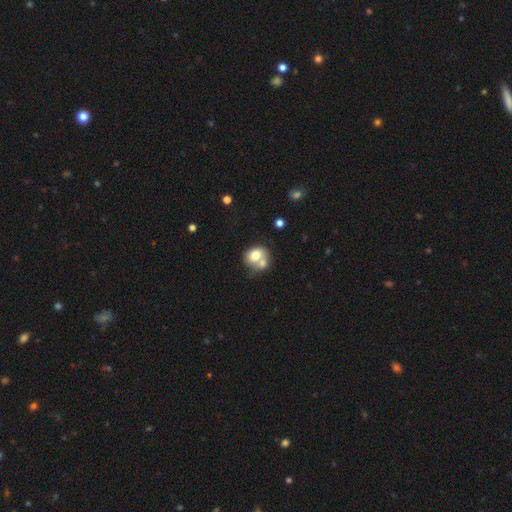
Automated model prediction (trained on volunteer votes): Morphology: type=smooth (74%); roundness=round (51%); merging=merger (55%).